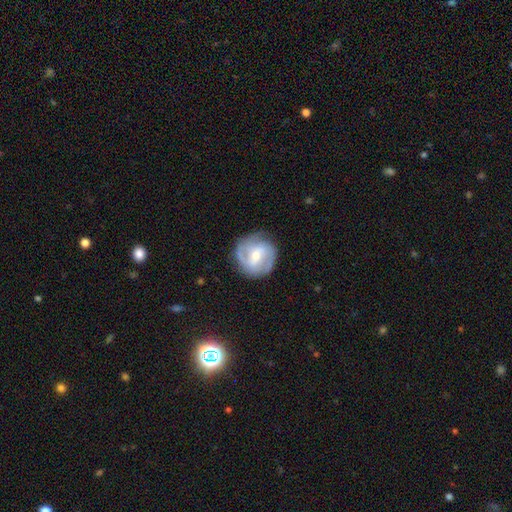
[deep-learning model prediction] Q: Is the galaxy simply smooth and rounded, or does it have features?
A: featured or disk — 79%.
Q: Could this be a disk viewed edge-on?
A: no — 98%.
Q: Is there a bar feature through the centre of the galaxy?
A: weak — 48%.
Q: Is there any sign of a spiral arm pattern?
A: yes — 92%.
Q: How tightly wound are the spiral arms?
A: medium — 45%.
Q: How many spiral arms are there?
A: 2 — 62%.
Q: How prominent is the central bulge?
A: moderate — 49%.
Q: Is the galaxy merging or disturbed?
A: none — 79%.